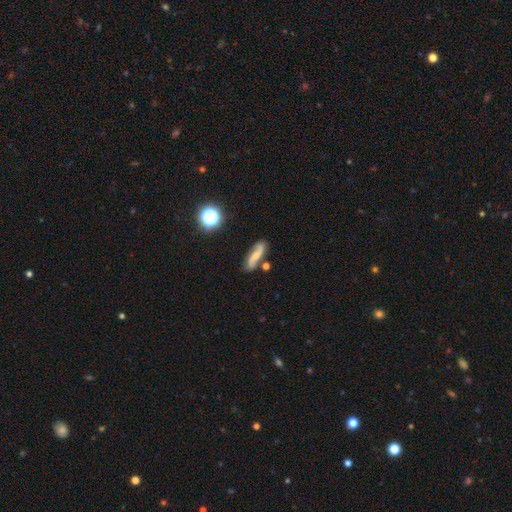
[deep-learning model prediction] This is possibly a featured or disk galaxy (60%). It is clearly not viewed edge-on (85%). Bar: possibly no (47%). Spiral arm pattern: clearly yes (91%). Central bulge: possibly small (50%). Merging: likely none (75%).